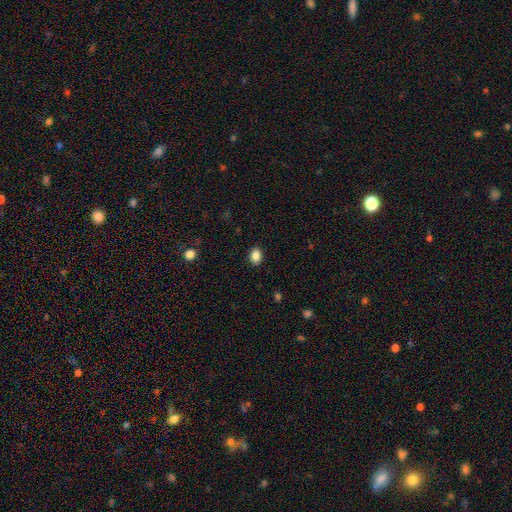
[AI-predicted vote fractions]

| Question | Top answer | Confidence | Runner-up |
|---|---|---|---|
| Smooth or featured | smooth | 87% | star or artifact (10%) |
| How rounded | in between | 65% | round (34%) |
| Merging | none | 90% | minor disturbance (7%) |